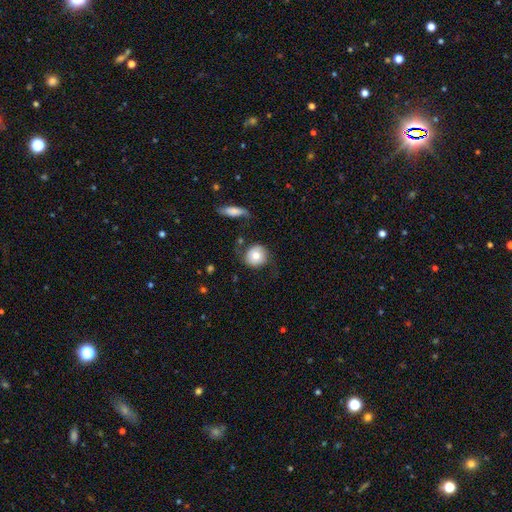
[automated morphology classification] smooth-or-featured: smooth: 69% | featured or disk: 23% | star or artifact: 7%
  how-rounded: round: 87% | in between: 12% | cigar-shaped: 1%
  merging: none: 61% | minor disturbance: 19% | major disturbance: 13% | merger: 7%